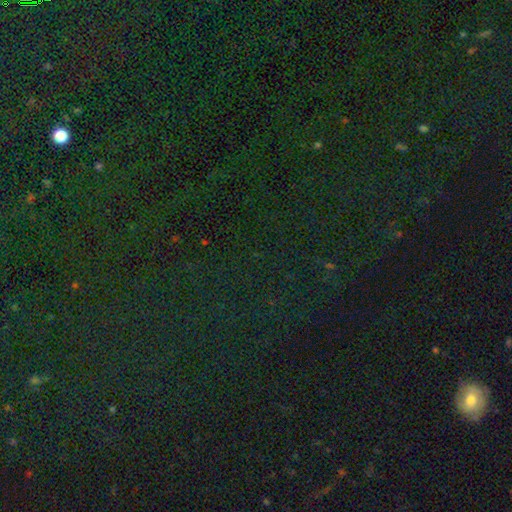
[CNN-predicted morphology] smooth_or_featured: star or artifact (p=0.81) [alt: smooth p=0.11]